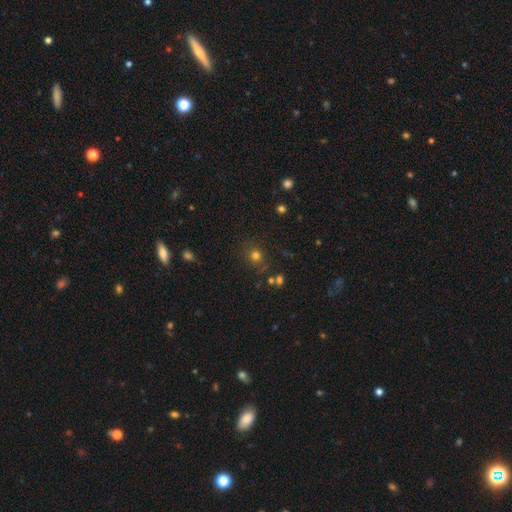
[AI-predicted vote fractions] Morphology: type=smooth (72%); roundness=round (84%); merging=none (77%).